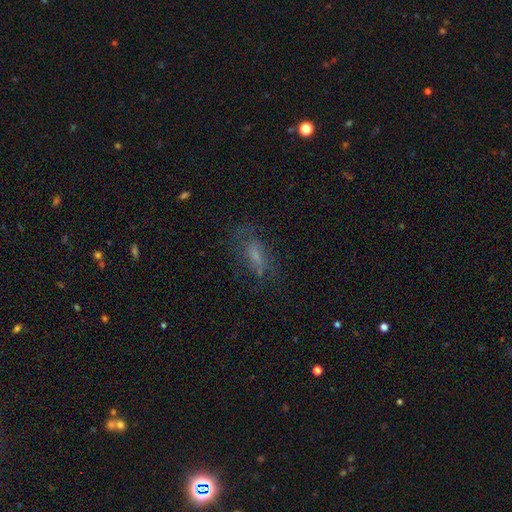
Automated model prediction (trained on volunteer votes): A smooth galaxy with no disk features (44%).

Vote fractions:
- Smooth or featured? smooth: 44% / featured or disk: 39% / star or artifact: 18%
- Merging? none: 56% / minor disturbance: 21% / major disturbance: 21% / merger: 2%